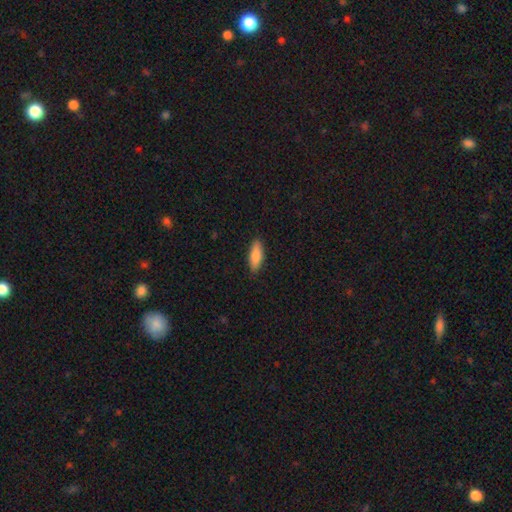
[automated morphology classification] This is clearly a smooth galaxy (84%). How rounded: possibly in between (59%). Merging: clearly none (88%).